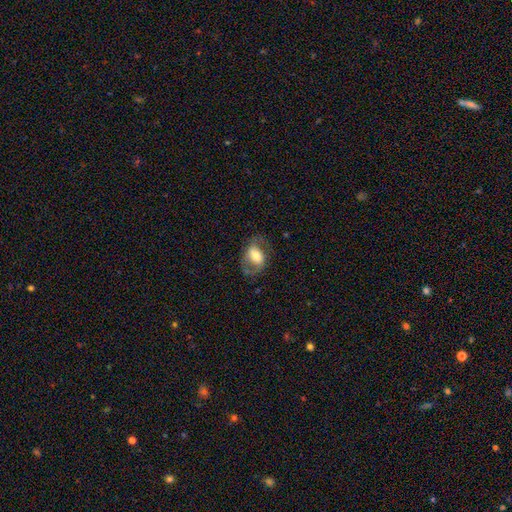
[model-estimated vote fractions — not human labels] Smooth or featured: featured or disk — 52% (smooth — 40%)
Edge-on disk: no — 93% (yes — 7%)
Merging: none — 64% (minor disturbance — 19%)